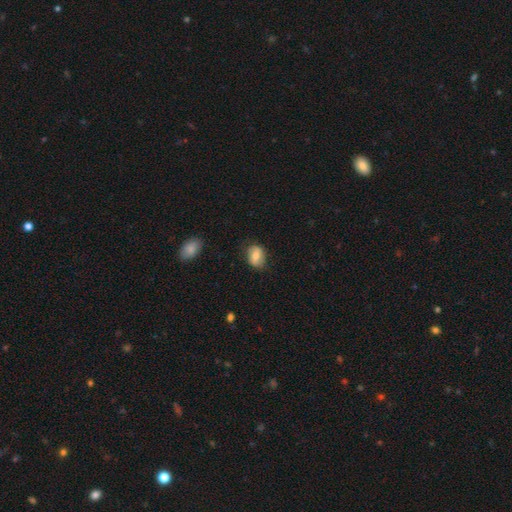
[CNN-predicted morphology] type=smooth (69%); roundness=in between (68%); merging=none (75%).